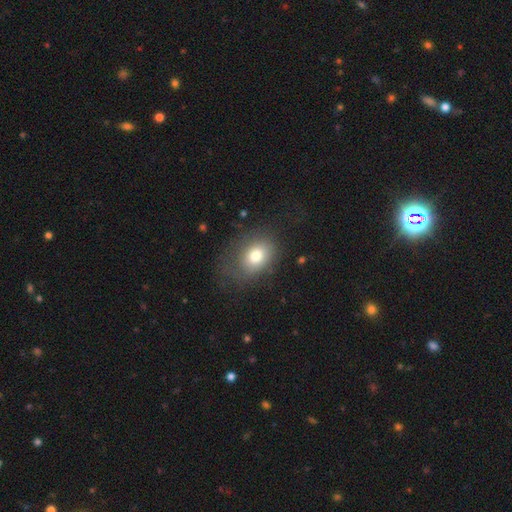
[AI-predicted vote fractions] The model was most divided on "how rounded": in between: 66%, round: 33%, cigar-shaped: 1%. More confident: smooth or featured — smooth (76%); merging — none (61%).